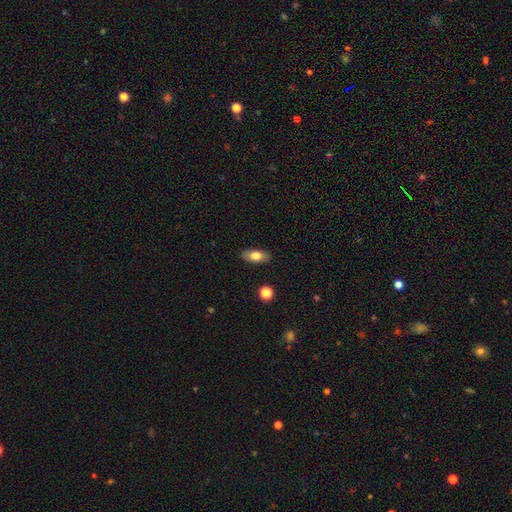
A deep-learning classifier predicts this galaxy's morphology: This is likely a smooth galaxy (74%). How rounded: clearly in between (83%). Merging: clearly none (88%).